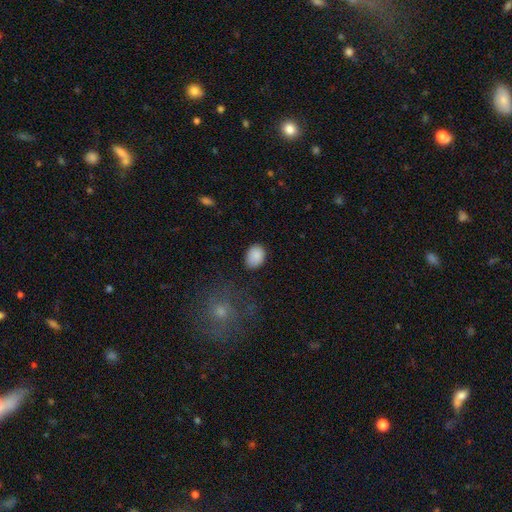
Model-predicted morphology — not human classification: Q: Smooth or featured?
A: smooth (87%); runner-up: star or artifact (8%)
Q: How rounded?
A: in between (67%); runner-up: round (32%)
Q: Merging?
A: none (79%); runner-up: minor disturbance (16%)